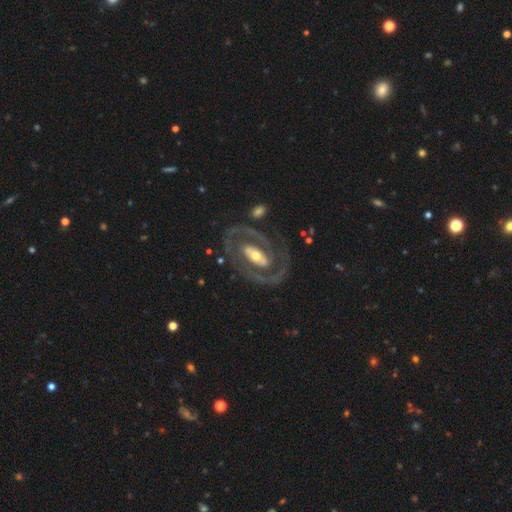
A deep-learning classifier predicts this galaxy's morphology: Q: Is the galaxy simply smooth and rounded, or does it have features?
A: featured or disk — 85%.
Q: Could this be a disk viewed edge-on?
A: no — 95%.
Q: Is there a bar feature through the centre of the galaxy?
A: strong — 36%, tied with no.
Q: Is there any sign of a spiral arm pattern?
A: yes — 77%.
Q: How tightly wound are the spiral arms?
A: tight — 47%.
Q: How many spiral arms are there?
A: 2 — 80%.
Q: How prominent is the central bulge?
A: moderate — 62%.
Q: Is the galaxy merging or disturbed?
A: none — 75%.